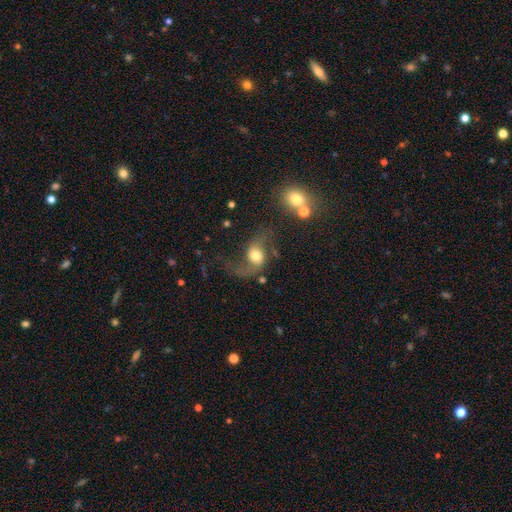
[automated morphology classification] featured or disk 65%, smooth 25%, star or artifact 10%. Down the decision tree: edge-on disk — no (96%); bar — no (64%); spiral arms — yes (89%); spiral arm count — 2 (80%); spiral winding — loose (84%); bulge size — moderate (53%); merging — none (43%).